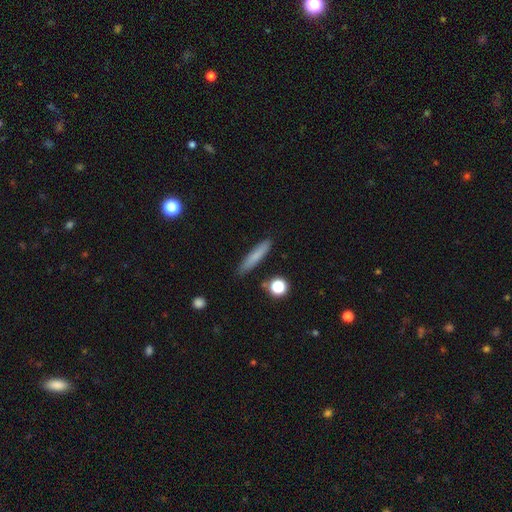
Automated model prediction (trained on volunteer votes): smooth-or-featured: smooth: 75% | featured or disk: 17% | star or artifact: 8%
  how-rounded: cigar-shaped: 88% | in between: 10% | round: 2%
  merging: none: 87% | minor disturbance: 9% | merger: 2% | major disturbance: 2%